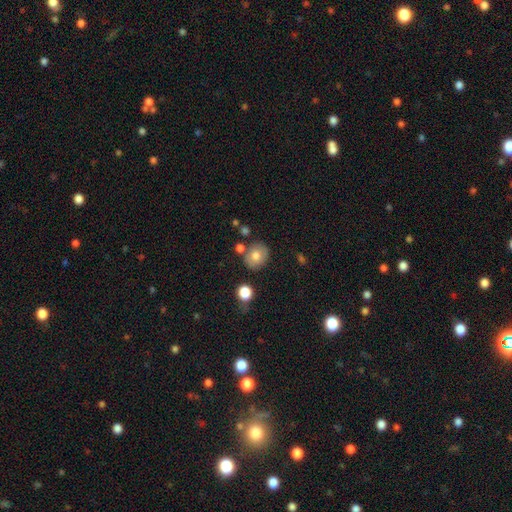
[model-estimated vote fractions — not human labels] A smooth galaxy with no disk features (74%) that is round (70%).

Vote fractions:
- Smooth or featured? smooth: 74% / featured or disk: 17% / star or artifact: 10%
- How rounded? round: 70% / in between: 29% / cigar-shaped: 1%
- Merging? none: 75% / minor disturbance: 13% / merger: 8% / major disturbance: 3%